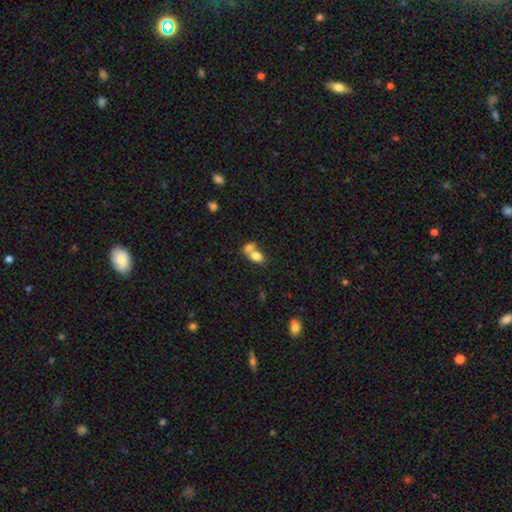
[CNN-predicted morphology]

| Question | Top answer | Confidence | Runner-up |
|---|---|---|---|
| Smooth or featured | smooth | 78% | featured or disk (13%) |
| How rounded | in between | 79% | round (20%) |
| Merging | merger | 61% | none (28%) |